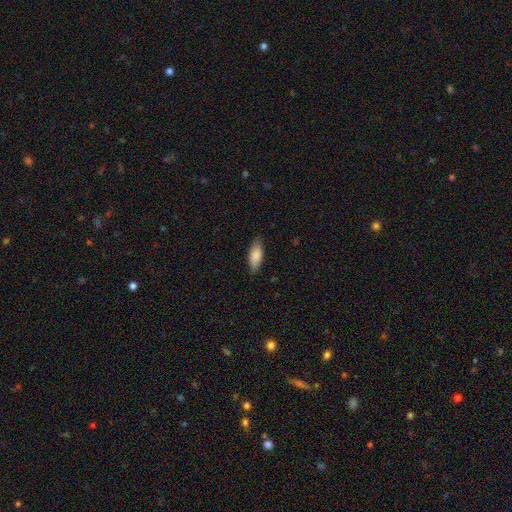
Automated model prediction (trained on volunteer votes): smooth 86%, featured or disk 9%, star or artifact 6%. Down the decision tree: how rounded — in between (75%); merging — none (83%).